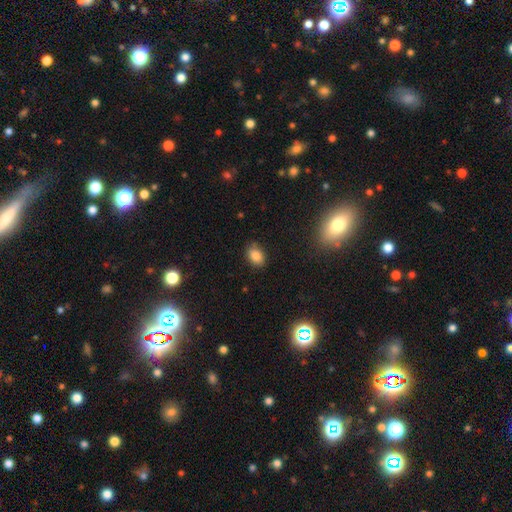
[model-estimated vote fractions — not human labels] A smooth galaxy with no disk features (84%) that is in between round and cigar-shaped (80%). Merging: none (82%).